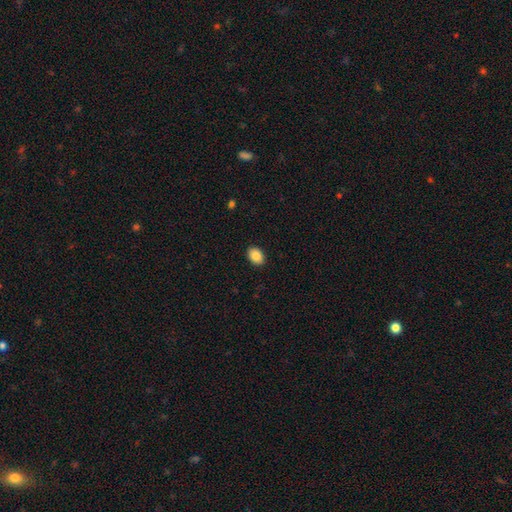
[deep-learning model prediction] Smooth or featured: smooth — 88% (star or artifact — 8%)
How rounded: in between — 77% (round — 22%)
Merging: none — 91% (minor disturbance — 7%)